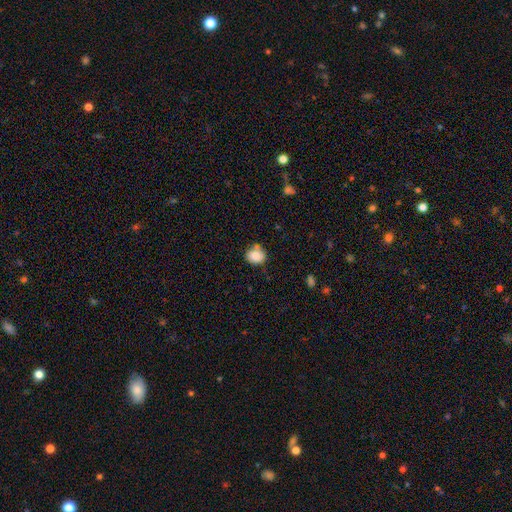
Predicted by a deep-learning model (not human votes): Q: Smooth or featured?
A: smooth (84%); runner-up: star or artifact (9%)
Q: How rounded?
A: round (63%); runner-up: in between (36%)
Q: Merging?
A: none (68%); runner-up: minor disturbance (18%)